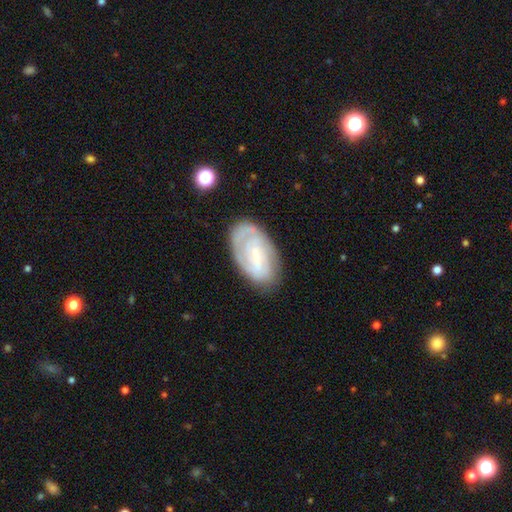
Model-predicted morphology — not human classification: featured or disk 63%, smooth 30%, star or artifact 7%. Down the decision tree: edge-on disk — no (95%); bar — weak (47%); spiral arms — yes (76%); bulge size — small (65%); merging — none (70%).